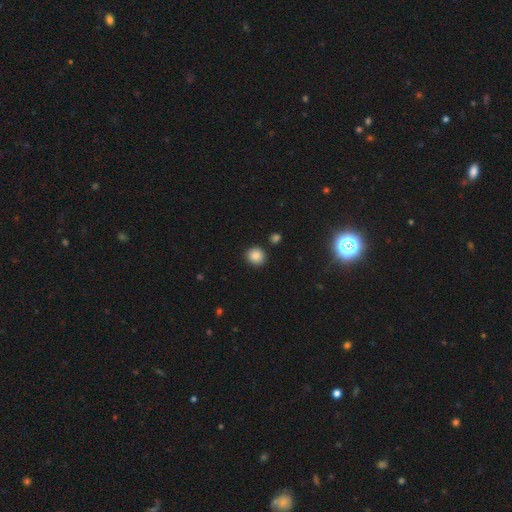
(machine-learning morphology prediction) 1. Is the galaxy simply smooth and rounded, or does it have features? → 87% smooth, 10% star or artifact, 4% featured or disk.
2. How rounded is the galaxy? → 90% round, 9% in between, 1% cigar-shaped.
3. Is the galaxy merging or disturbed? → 89% none, 6% minor disturbance, 3% merger, 2% major disturbance.